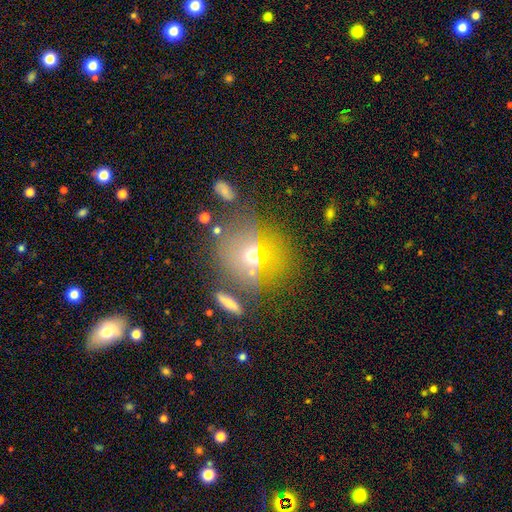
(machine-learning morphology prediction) This appears to be a smooth galaxy with no disk features (51%) that is round (75%). Merging: none (62%).